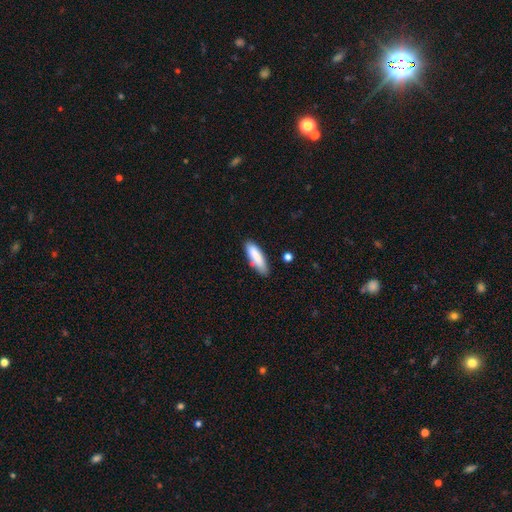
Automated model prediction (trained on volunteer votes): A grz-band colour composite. It shows a smooth galaxy with no disk features (84%) that is cigar-shaped (60%). Merging: none (72%).